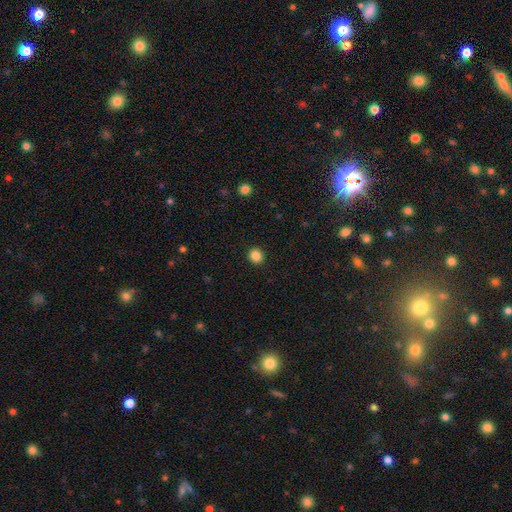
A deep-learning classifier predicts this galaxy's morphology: Overall: smooth (86%). How rounded: round (85%). Merging: none (92%).